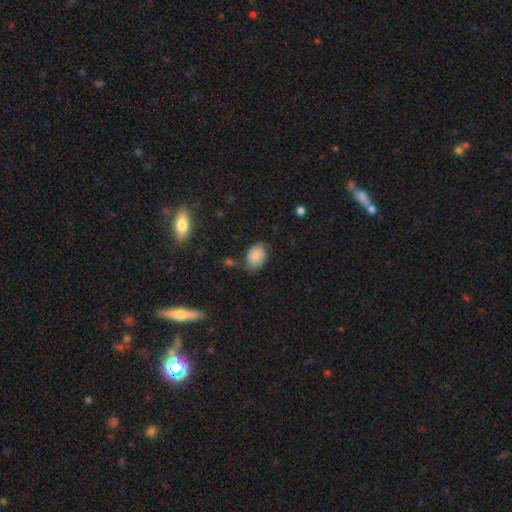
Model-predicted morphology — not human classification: This appears to be a smooth galaxy with no disk features (80%) that is in between round and cigar-shaped (80%). Merging: none (65%).